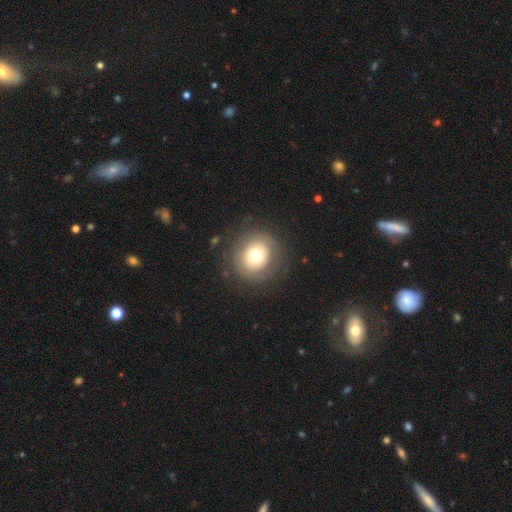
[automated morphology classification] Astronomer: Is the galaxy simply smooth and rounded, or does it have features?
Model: smooth — 60%.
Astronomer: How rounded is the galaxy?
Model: round — 91%.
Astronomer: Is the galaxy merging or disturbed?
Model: none — 83%.